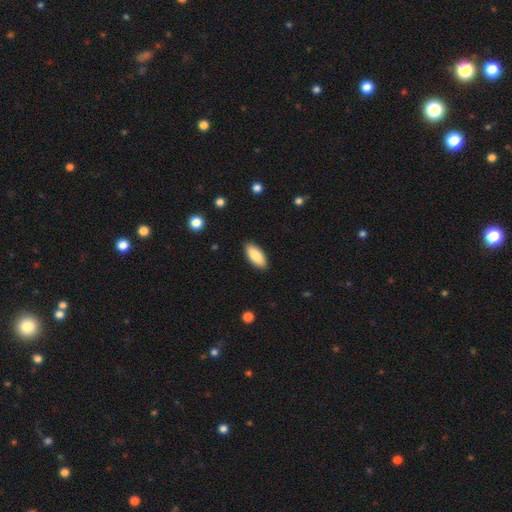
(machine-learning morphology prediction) Q: Smooth or featured?
A: smooth (87%); runner-up: featured or disk (8%)
Q: How rounded?
A: in between (87%); runner-up: cigar-shaped (12%)
Q: Merging?
A: none (89%); runner-up: minor disturbance (8%)